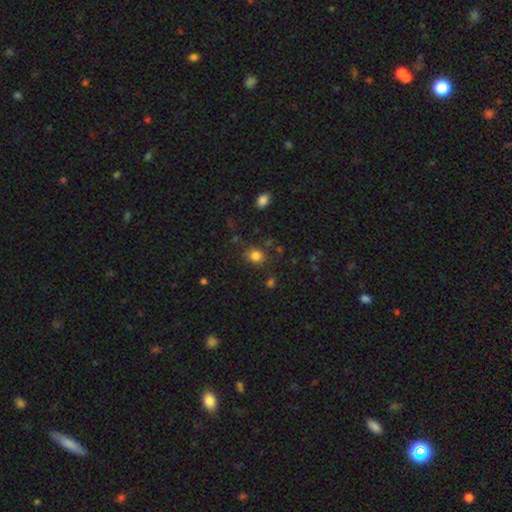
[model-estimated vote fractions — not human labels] A smooth galaxy with no disk features (82%) that is round (58%). Merging: none (81%).